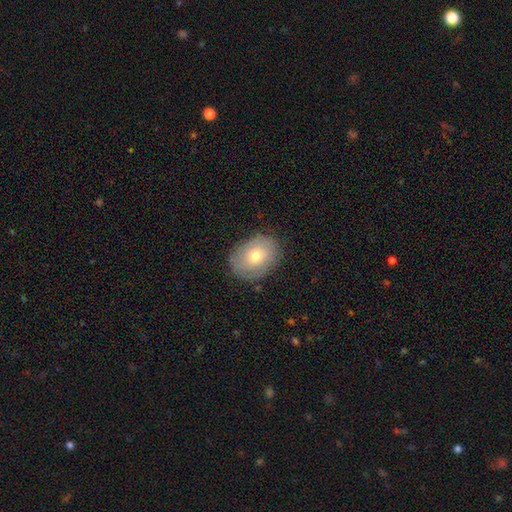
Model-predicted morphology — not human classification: This is likely a smooth galaxy (65%). How rounded: likely in between (65%). Merging: clearly none (80%).